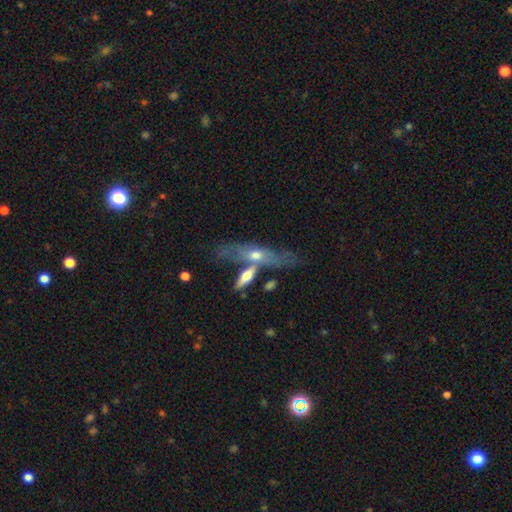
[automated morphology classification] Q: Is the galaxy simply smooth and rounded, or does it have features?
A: featured or disk — 56%.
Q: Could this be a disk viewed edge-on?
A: yes — 66%.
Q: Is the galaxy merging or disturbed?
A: none — 42%.